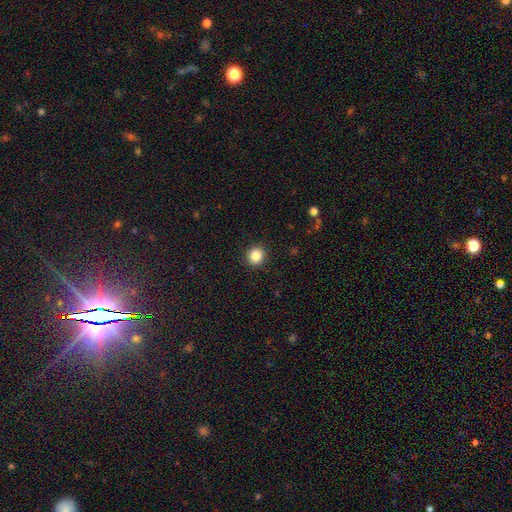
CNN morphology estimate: This appears to be a smooth galaxy with no disk features (85%) that is round (91%). Merging: none (92%).